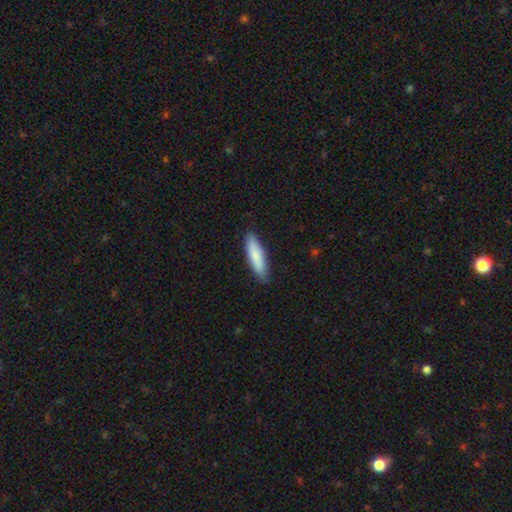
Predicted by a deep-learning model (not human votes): smooth_or_featured: smooth (p=0.81) [alt: featured or disk p=0.14]
how_rounded: cigar-shaped (p=0.66) [alt: in between p=0.32]
merging: none (p=0.85) [alt: minor disturbance p=0.12]